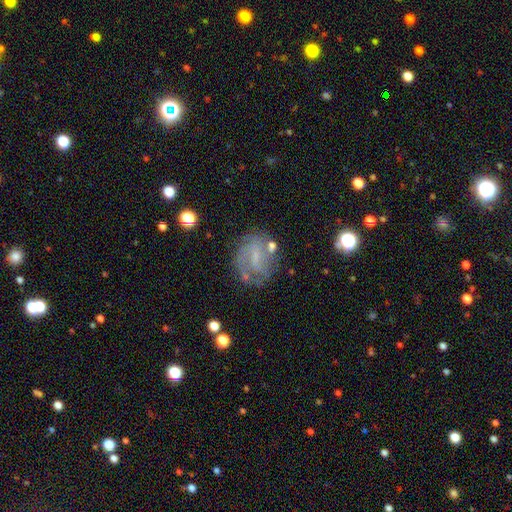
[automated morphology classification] Smooth or featured: featured or disk — 69% (smooth — 21%)
Edge-on disk: no — 97% (yes — 3%)
Bar: weak — 51% (no — 28%)
Spiral arms: yes — 78% (no — 22%)
Spiral winding: tight — 40% (medium — 39%)
Spiral arm count: 2 — 40% (can't tell — 35%)
Bulge size: small — 48% (none — 34%)
Merging: none — 61% (minor disturbance — 20%)